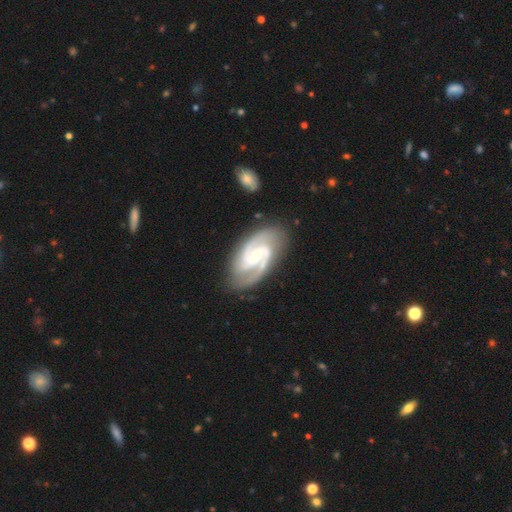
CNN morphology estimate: The model was most divided on "bar": weak: 47%, no: 34%, strong: 19%. More confident: spiral arms — yes (99%); edge-on disk — no (97%); smooth or featured — featured or disk (93%); spiral arm count — 2 (82%); merging — none (81%); bulge size — small (65%); spiral winding — medium (56%).